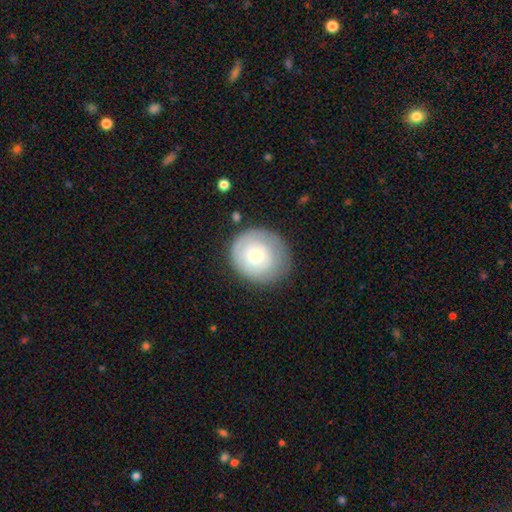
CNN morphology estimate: type=smooth (59%); roundness=round (85%); merging=none (71%).